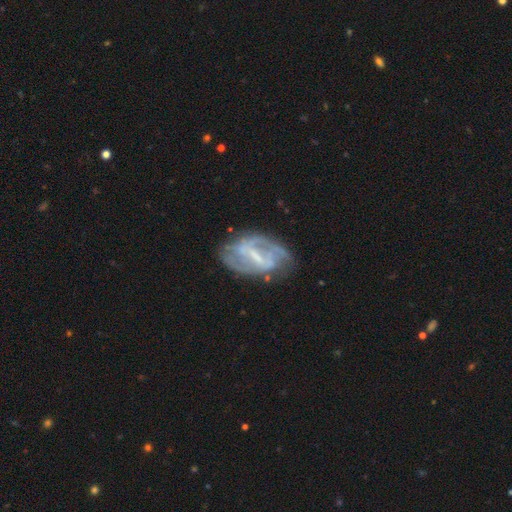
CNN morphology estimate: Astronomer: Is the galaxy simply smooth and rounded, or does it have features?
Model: featured or disk — 79%.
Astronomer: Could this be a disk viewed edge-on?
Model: no — 96%.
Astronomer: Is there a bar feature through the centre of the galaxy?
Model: strong — 48% (runner-up: weak, 40%).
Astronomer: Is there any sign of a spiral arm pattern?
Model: yes — 76%.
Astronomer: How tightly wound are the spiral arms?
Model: medium — 42% (runner-up: tight, 34%).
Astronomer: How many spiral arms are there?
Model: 2 — 53% (runner-up: can't tell, 31%).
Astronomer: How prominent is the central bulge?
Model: small — 47% (runner-up: none, 26%).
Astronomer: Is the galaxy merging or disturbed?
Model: none — 61%.